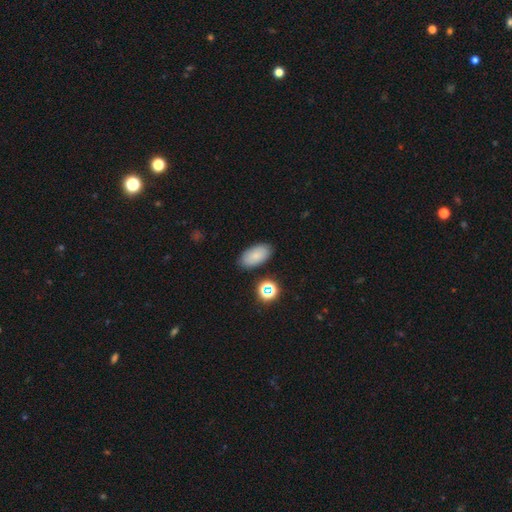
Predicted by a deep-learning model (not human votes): Smooth or featured? smooth (82%)
How rounded? in between (93%)
Merging? none (85%)